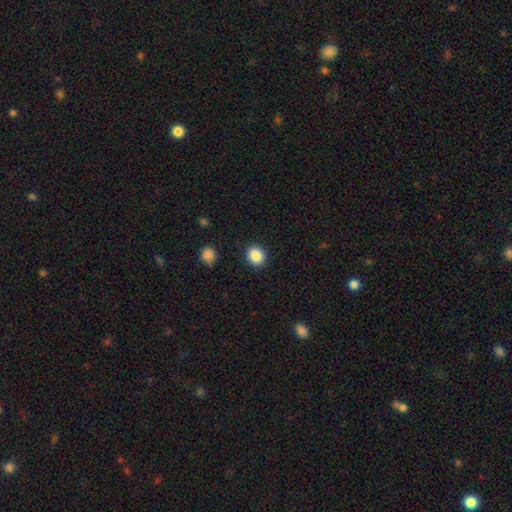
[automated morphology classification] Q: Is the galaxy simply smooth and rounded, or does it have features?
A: smooth — 87%.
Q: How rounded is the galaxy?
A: round — 79%.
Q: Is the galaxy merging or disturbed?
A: none — 90%.